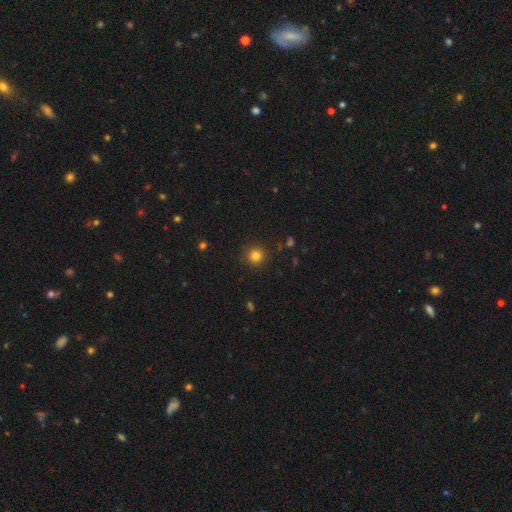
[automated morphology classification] This is clearly a smooth galaxy (82%). How rounded: clearly round (94%). Merging: clearly none (91%).